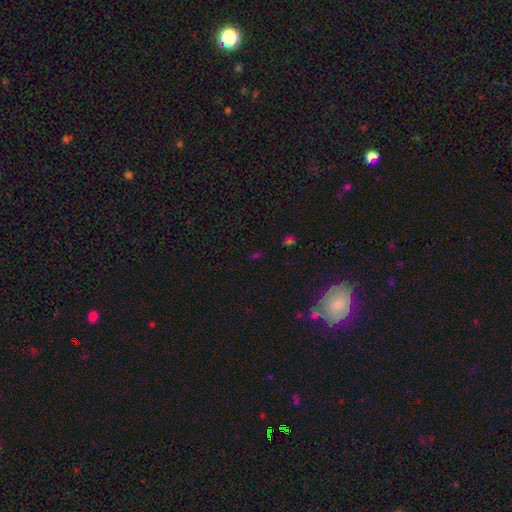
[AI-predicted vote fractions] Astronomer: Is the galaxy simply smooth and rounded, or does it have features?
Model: star or artifact — 59%.